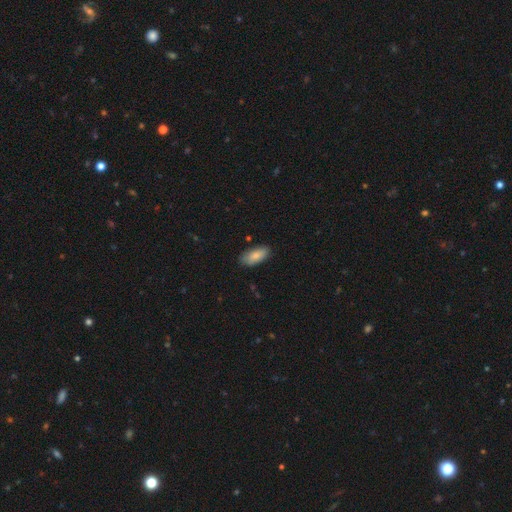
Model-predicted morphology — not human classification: smooth 83%, featured or disk 11%, star or artifact 6%. Down the decision tree: how rounded — in between (87%); merging — none (83%).